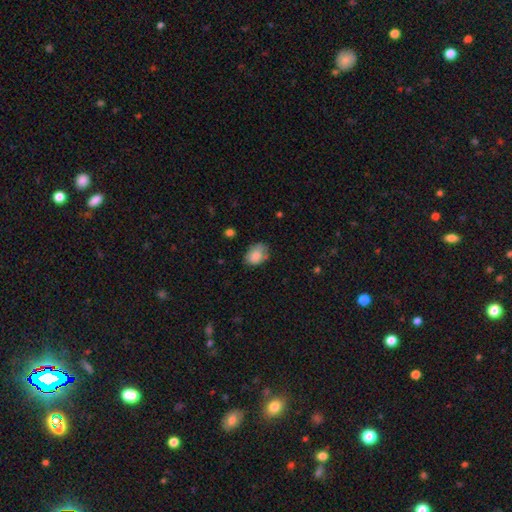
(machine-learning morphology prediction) Q: Smooth or featured?
A: smooth (79%); runner-up: featured or disk (13%)
Q: How rounded?
A: in between (77%); runner-up: round (22%)
Q: Merging?
A: none (62%); runner-up: minor disturbance (29%)